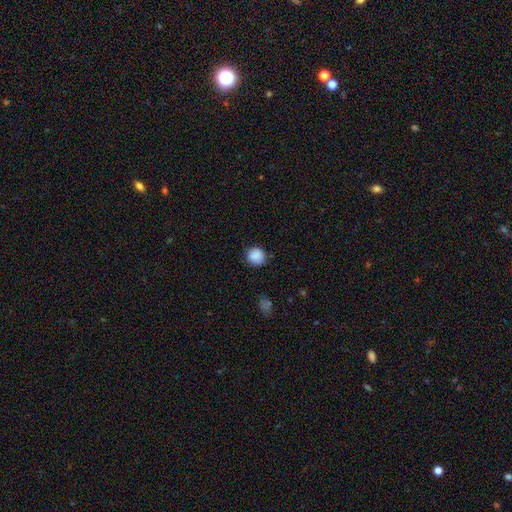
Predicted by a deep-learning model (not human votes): Smooth or featured: smooth — 87% (star or artifact — 9%)
How rounded: round — 87% (in between — 12%)
Merging: none — 82% (minor disturbance — 13%)